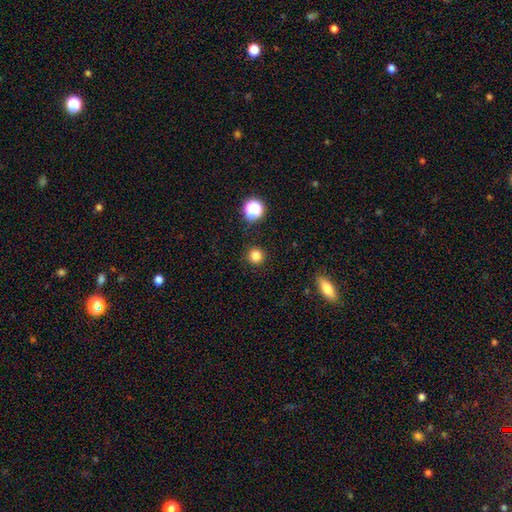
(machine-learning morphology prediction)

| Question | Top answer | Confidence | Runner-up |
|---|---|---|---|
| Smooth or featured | smooth | 82% | star or artifact (14%) |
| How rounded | round | 95% | in between (4%) |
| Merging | none | 91% | minor disturbance (5%) |